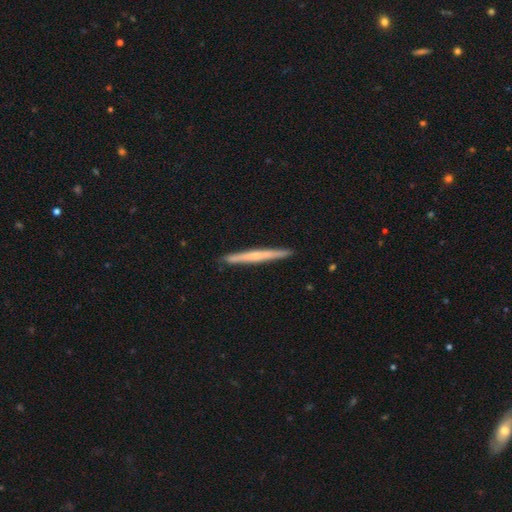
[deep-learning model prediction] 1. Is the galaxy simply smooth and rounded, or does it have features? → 49% featured or disk, 46% smooth, 5% star or artifact.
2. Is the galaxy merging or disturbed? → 92% none, 6% minor disturbance, 1% major disturbance, 1% merger.